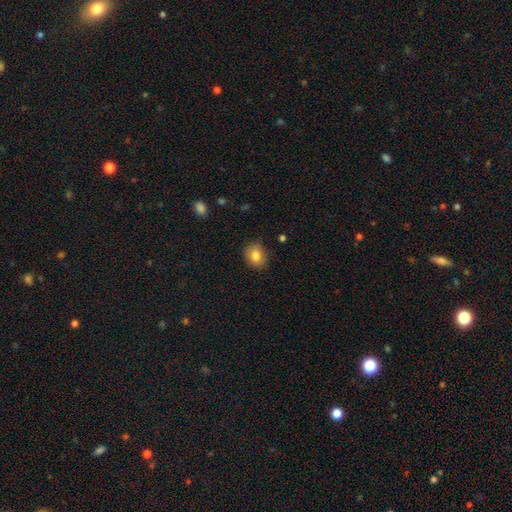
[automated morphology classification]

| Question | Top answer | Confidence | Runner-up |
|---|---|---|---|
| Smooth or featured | smooth | 82% | star or artifact (10%) |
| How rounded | round | 70% | in between (29%) |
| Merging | none | 85% | minor disturbance (12%) |